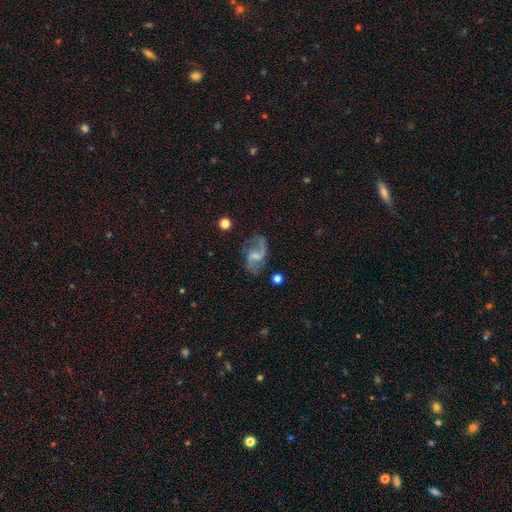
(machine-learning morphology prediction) Smooth or featured?
  - featured or disk: 83% *
  - smooth: 11%
  - star or artifact: 7%
Edge-on disk?
  - no: 97% *
  - yes: 3%
Bar?
  - weak: 54% *
  - no: 31%
  - strong: 16%
Spiral arms?
  - yes: 95% *
  - no: 5%
Spiral winding?
  - loose: 63% *
  - medium: 30%
  - tight: 6%
Spiral arm count?
  - 2: 90% *
  - can't tell: 3%
  - 1: 3%
  - 3: 1%
  - 4: 1%
  - more than 4: 1%
Bulge size?
  - small: 46% *
  - none: 27%
  - moderate: 23%
  - large: 3%
  - dominant: 1%
Merging?
  - none: 72% *
  - minor disturbance: 17%
  - major disturbance: 9%
  - merger: 3%